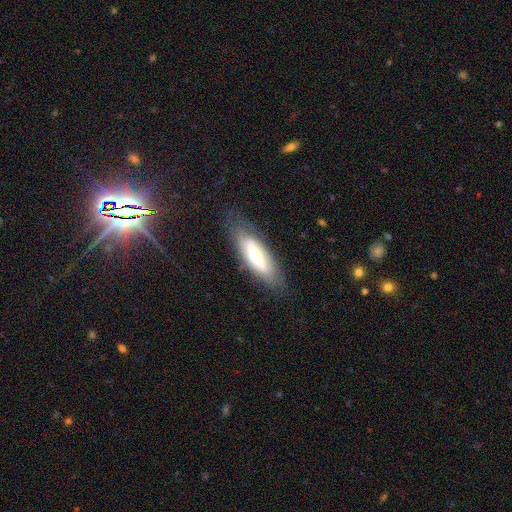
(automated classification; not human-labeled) smooth-or-featured: featured or disk: 55% | smooth: 39% | star or artifact: 6%
  disk-edge-on: no: 65% | yes: 35%
  merging: none: 71% | minor disturbance: 20% | major disturbance: 8% | merger: 1%